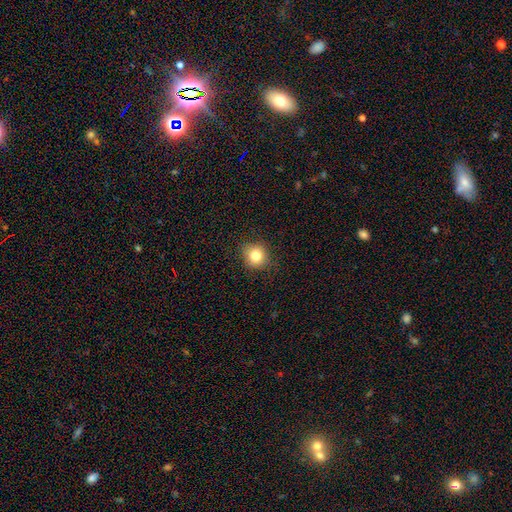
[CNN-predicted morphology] This is clearly a smooth galaxy (81%). How rounded: clearly round (86%). Merging: clearly none (85%).